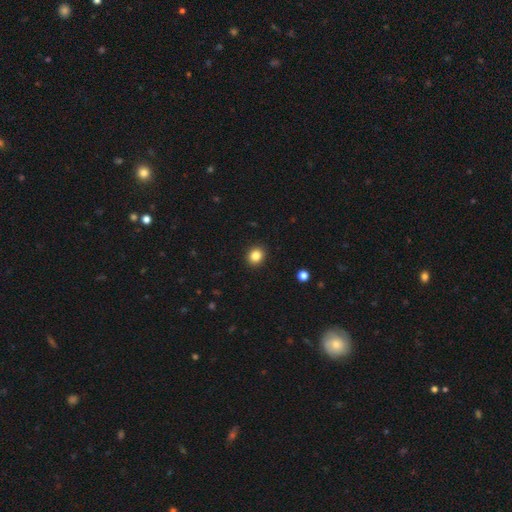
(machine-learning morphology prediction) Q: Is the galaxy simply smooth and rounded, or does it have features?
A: smooth — 85%.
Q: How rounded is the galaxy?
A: round — 75%.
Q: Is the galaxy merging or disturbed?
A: none — 92%.